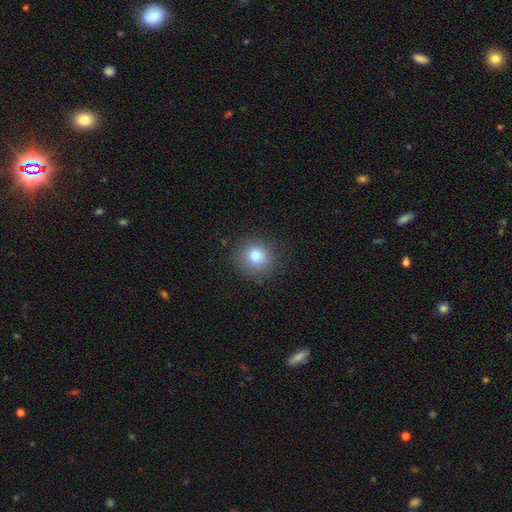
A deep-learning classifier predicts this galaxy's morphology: Smooth or featured? Predicted: smooth (p=0.81). How rounded? Predicted: round (p=0.88). Merging? Predicted: none (p=0.85).